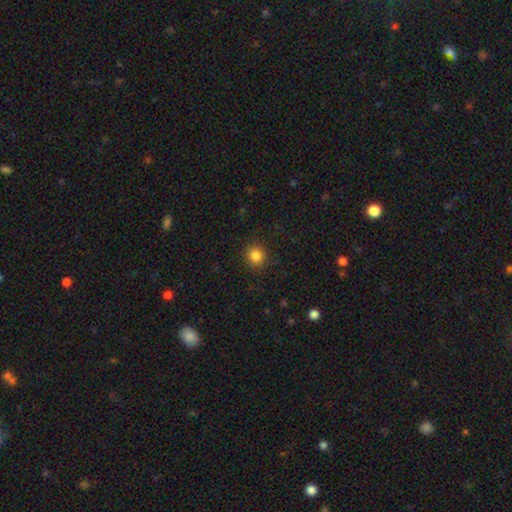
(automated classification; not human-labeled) Morphology: type=smooth (84%); roundness=round (90%); merging=none (90%).